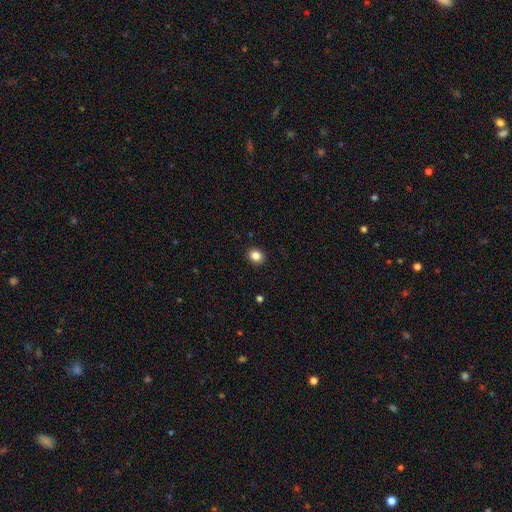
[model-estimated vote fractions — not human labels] smooth 85%, star or artifact 10%, featured or disk 5%. Down the decision tree: how rounded — round (65%); merging — none (91%).